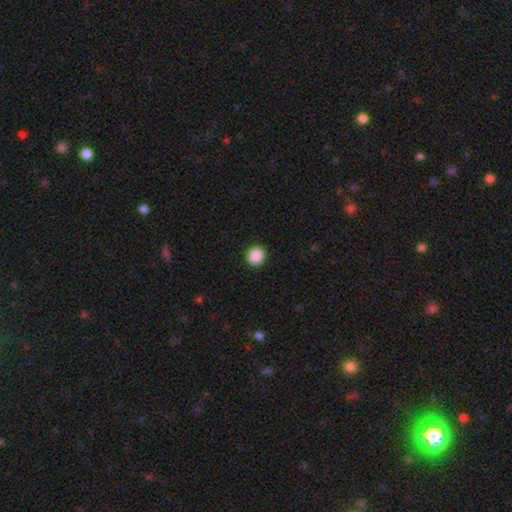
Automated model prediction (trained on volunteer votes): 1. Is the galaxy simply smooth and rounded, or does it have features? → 89% smooth, 8% star or artifact, 3% featured or disk.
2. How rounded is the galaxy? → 87% round, 12% in between, 1% cigar-shaped.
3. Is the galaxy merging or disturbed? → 92% none, 5% minor disturbance, 2% major disturbance, 1% merger.